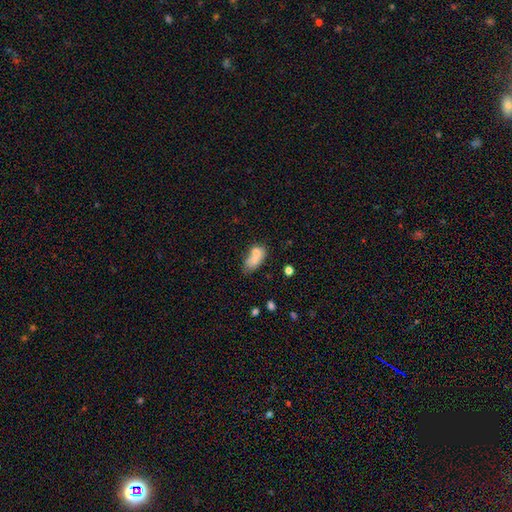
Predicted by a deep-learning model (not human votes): smooth-or-featured: smooth: 74% | featured or disk: 17% | star or artifact: 9%
  how-rounded: in between: 82% | round: 12% | cigar-shaped: 7%
  merging: merger: 44% | none: 27% | minor disturbance: 18% | major disturbance: 11%